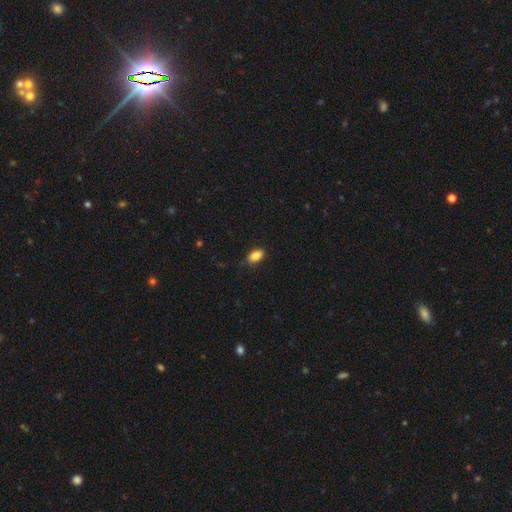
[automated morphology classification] A smooth galaxy with no disk features (86%) that is in between round and cigar-shaped (90%). Merging: none (76%).